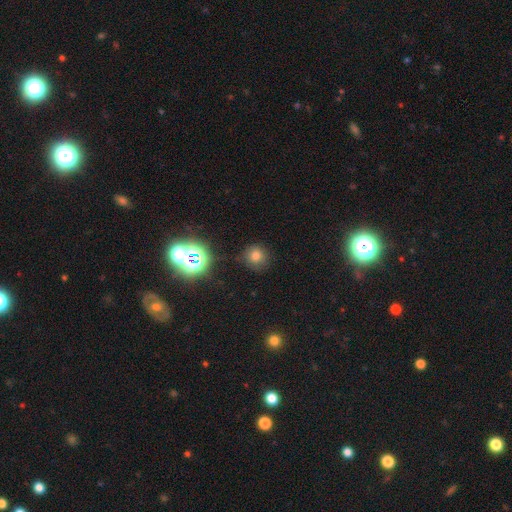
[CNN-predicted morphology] Smooth or featured?
  - smooth: 69% *
  - star or artifact: 23%
  - featured or disk: 7%
How rounded?
  - round: 90% *
  - in between: 9%
  - cigar-shaped: 1%
Merging?
  - none: 83% *
  - minor disturbance: 11%
  - major disturbance: 4%
  - merger: 2%